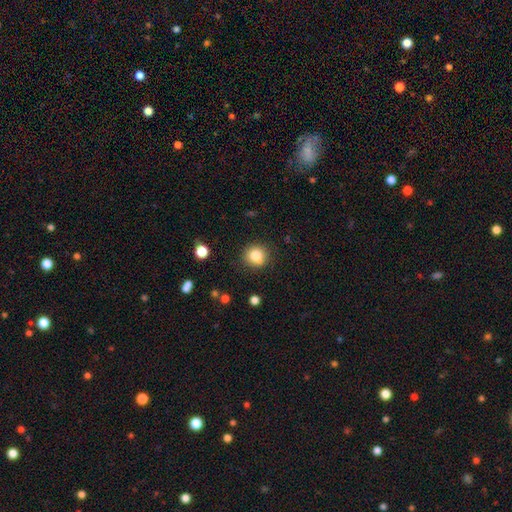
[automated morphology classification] Smooth or featured? smooth (80%)
How rounded? round (88%)
Merging? none (76%)